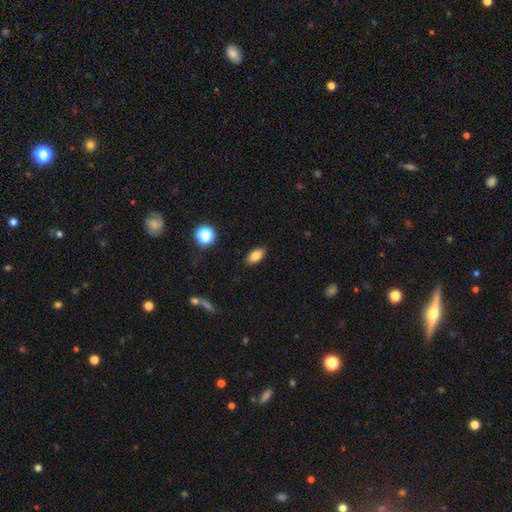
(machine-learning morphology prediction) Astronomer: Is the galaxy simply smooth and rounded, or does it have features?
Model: smooth — 82%.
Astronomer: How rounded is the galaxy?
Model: in between — 89%.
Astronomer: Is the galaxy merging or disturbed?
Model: none — 88%.